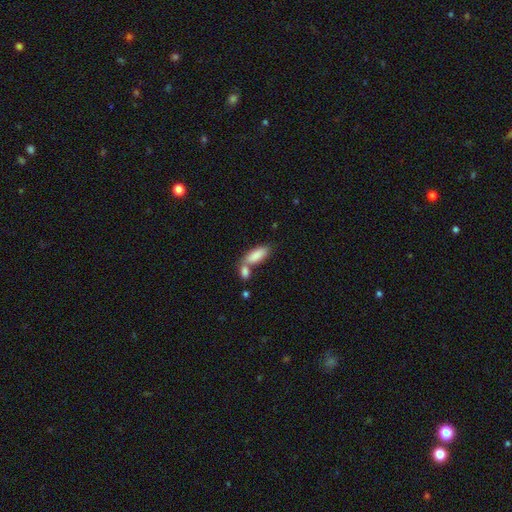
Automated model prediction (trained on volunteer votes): Smooth or featured? Predicted: smooth (p=0.86). How rounded? Predicted: in between (p=0.81). Merging? Predicted: merger (p=0.46).